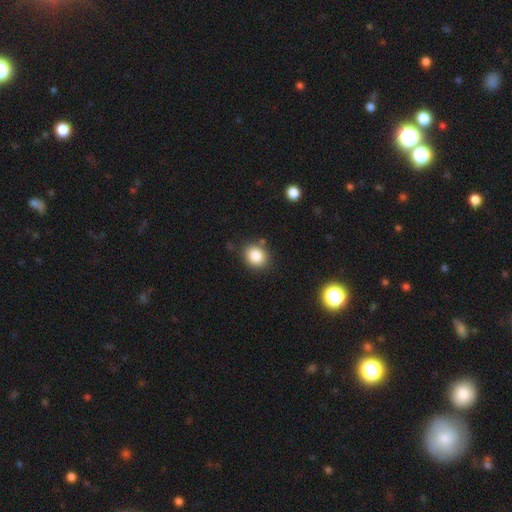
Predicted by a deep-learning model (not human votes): A smooth galaxy with no disk features (84%) that is round (70%). Merging: none (84%).